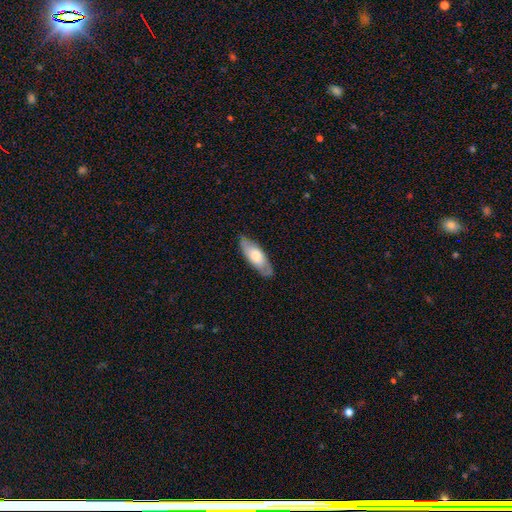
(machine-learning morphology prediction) Smooth or featured?
  - smooth: 55% *
  - featured or disk: 39%
  - star or artifact: 5%
How rounded?
  - in between: 68% *
  - cigar-shaped: 30%
  - round: 2%
Merging?
  - none: 83% *
  - minor disturbance: 13%
  - major disturbance: 3%
  - merger: 1%